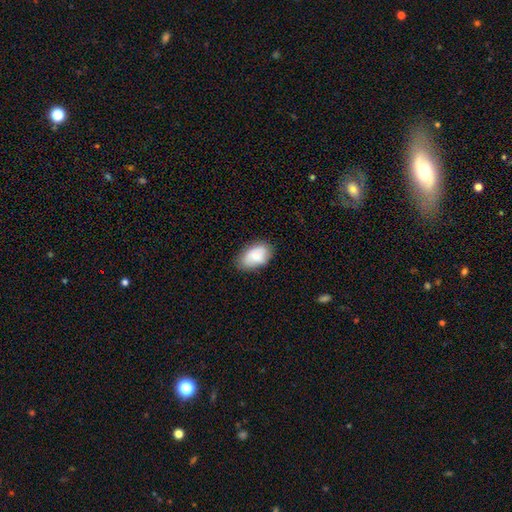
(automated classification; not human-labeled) smooth_or_featured: smooth (p=0.82) [alt: featured or disk p=0.12]
how_rounded: in between (p=0.91) [alt: round p=0.07]
merging: none (p=0.75) [alt: minor disturbance p=0.20]